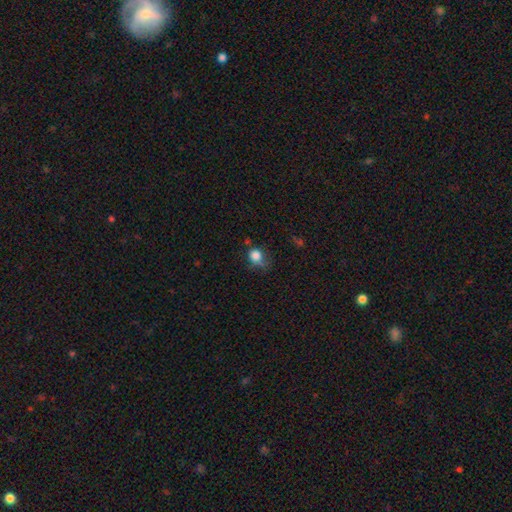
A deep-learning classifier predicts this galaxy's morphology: Smooth or featured: smooth — 82% (star or artifact — 11%)
How rounded: round — 71% (in between — 28%)
Merging: none — 46% (minor disturbance — 32%)